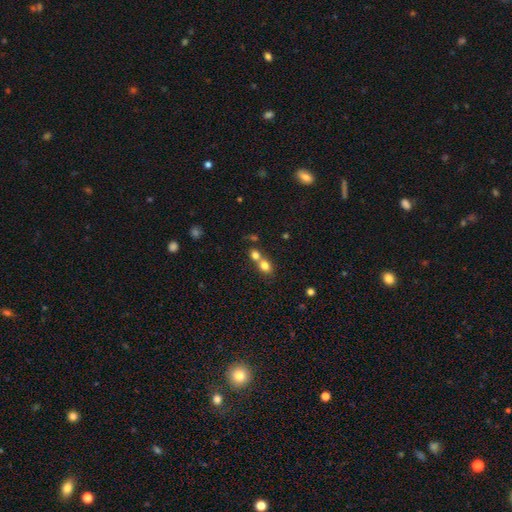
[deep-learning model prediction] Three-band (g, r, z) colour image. It shows a smooth galaxy with no disk features (77%) that is round (56%). Merging: merger (64%).